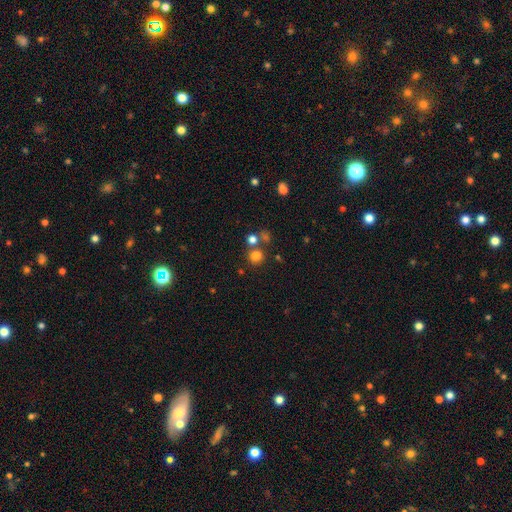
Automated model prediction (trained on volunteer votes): Smooth or featured? Predicted: smooth (p=0.76). How rounded? Predicted: round (p=0.82). Merging? Predicted: none (p=0.67).